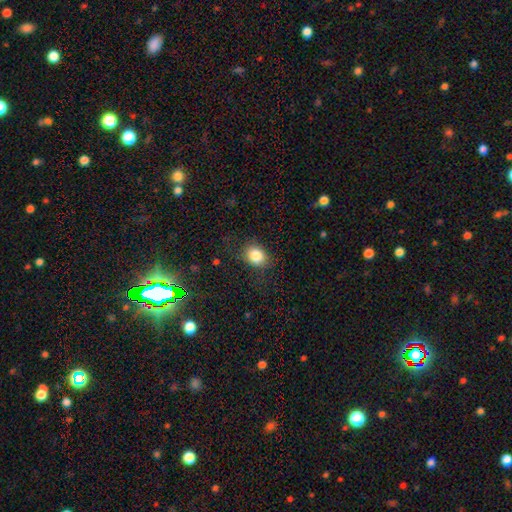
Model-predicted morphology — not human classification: smooth-or-featured: smooth: 84% | star or artifact: 10% | featured or disk: 7%
  how-rounded: round: 55% | in between: 44% | cigar-shaped: 1%
  merging: none: 80% | minor disturbance: 14% | major disturbance: 5% | merger: 1%